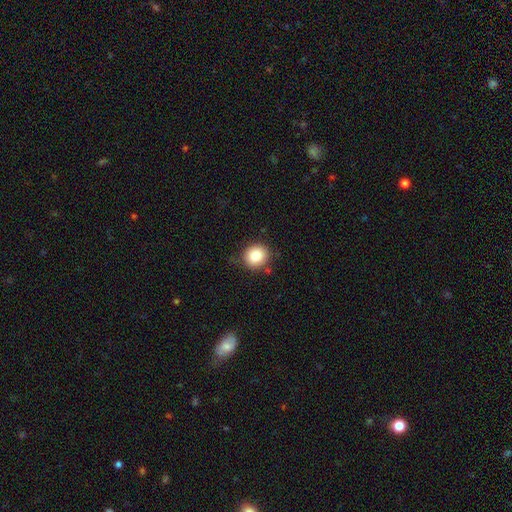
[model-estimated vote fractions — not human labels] Smooth or featured?
  - smooth: 84% *
  - star or artifact: 10%
  - featured or disk: 6%
How rounded?
  - round: 87% *
  - in between: 12%
  - cigar-shaped: 1%
Merging?
  - none: 82% *
  - minor disturbance: 13%
  - major disturbance: 3%
  - merger: 2%